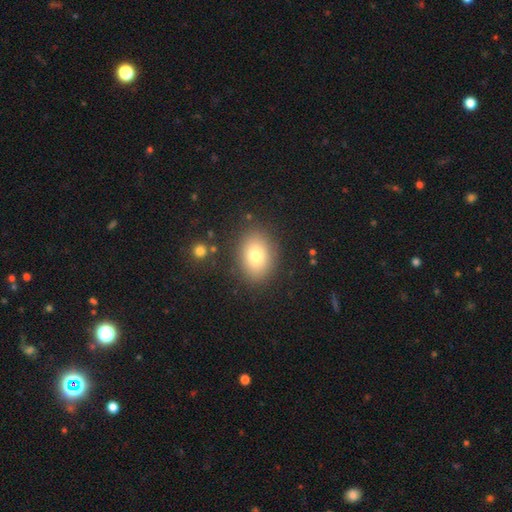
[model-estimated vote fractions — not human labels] The model was most divided on "how rounded": in between: 68%, round: 31%, cigar-shaped: 1%. More confident: merging — none (85%); smooth or featured — smooth (76%).